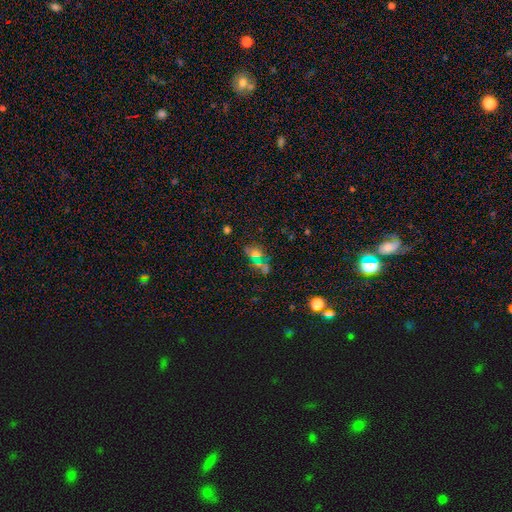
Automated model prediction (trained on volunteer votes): Smooth or featured? smooth (44%)
Merging? none (54%)